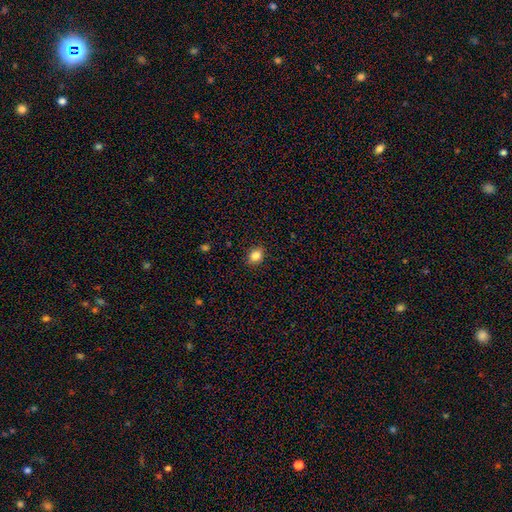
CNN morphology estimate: smooth 84%, star or artifact 11%, featured or disk 5%. Down the decision tree: how rounded — round (56%); merging — none (89%).